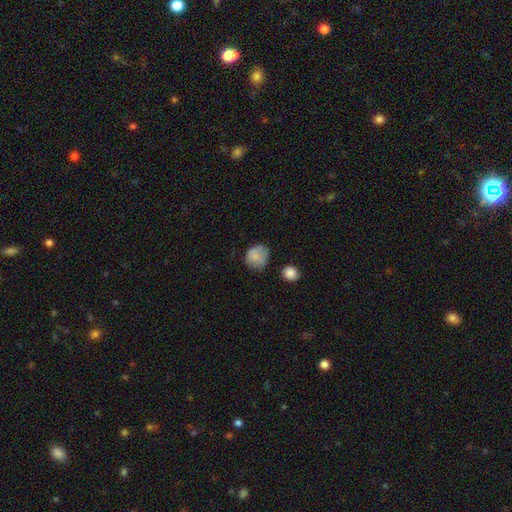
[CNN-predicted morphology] smooth-or-featured: smooth: 80% | featured or disk: 11% | star or artifact: 10%
  how-rounded: round: 70% | in between: 29% | cigar-shaped: 1%
  merging: none: 58% | minor disturbance: 28% | major disturbance: 10% | merger: 4%